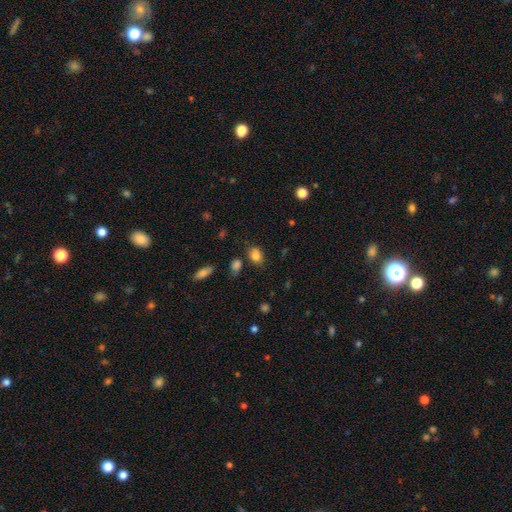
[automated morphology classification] smooth 82%, star or artifact 11%, featured or disk 8%. Down the decision tree: how rounded — in between (76%); merging — none (68%).